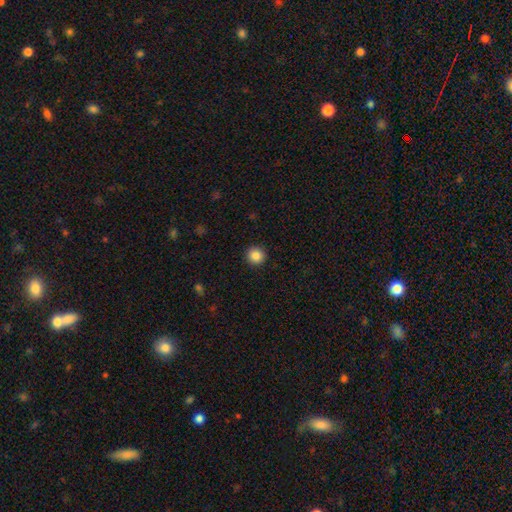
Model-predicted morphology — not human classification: smooth 86%, star or artifact 10%, featured or disk 4%. Down the decision tree: how rounded — round (94%); merging — none (93%).